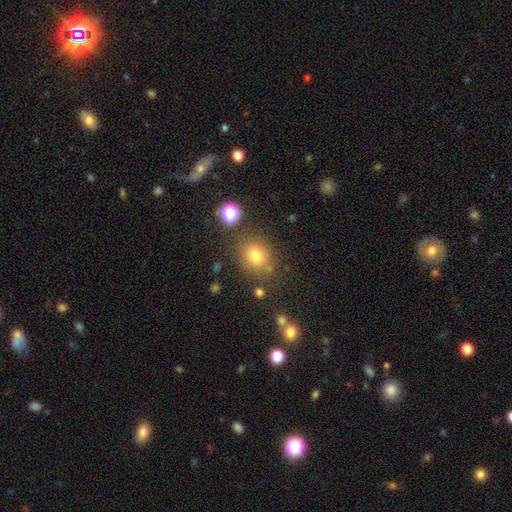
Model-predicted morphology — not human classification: Q: Smooth or featured?
A: smooth (78%); runner-up: star or artifact (14%)
Q: How rounded?
A: round (76%); runner-up: in between (23%)
Q: Merging?
A: none (77%); runner-up: minor disturbance (12%)